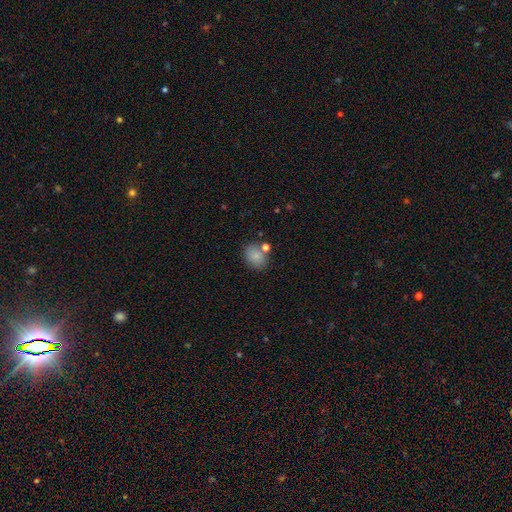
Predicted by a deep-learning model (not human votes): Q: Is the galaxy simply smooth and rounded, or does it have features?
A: smooth — 83%.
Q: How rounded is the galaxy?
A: in between — 56%.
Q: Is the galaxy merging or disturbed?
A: none — 69%.